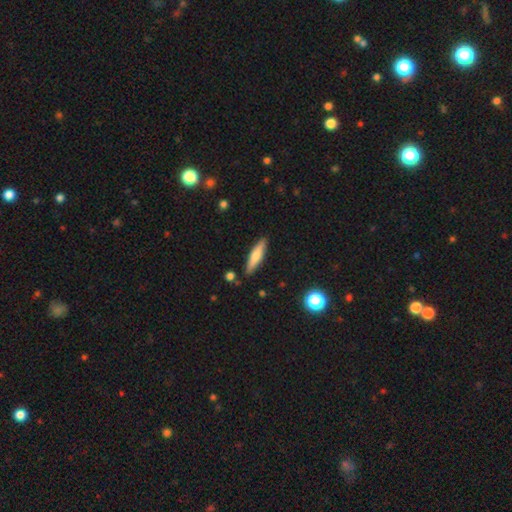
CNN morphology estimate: smooth 61%, featured or disk 33%, star or artifact 6%. Down the decision tree: how rounded — cigar-shaped (77%); merging — none (88%).